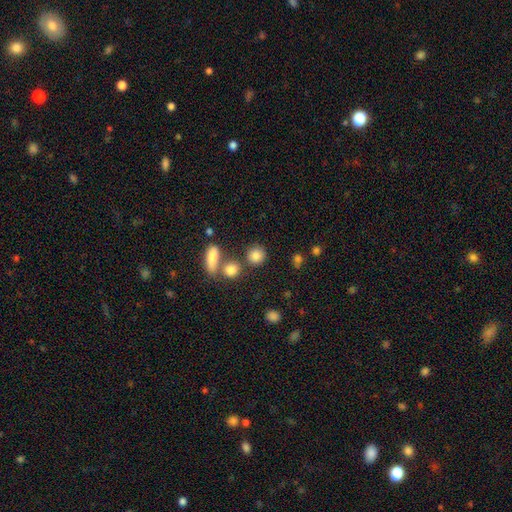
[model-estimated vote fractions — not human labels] Morphology: type=smooth (83%); roundness=round (83%); merging=none (71%).